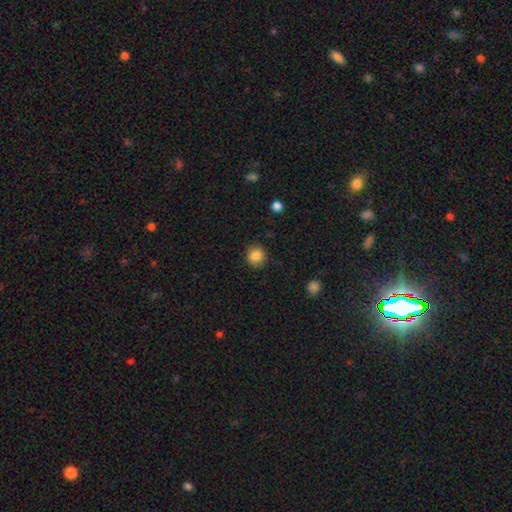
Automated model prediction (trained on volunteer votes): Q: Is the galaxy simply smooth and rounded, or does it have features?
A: smooth — 85%.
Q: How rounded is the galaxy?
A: round — 85%.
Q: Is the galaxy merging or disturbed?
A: none — 88%.